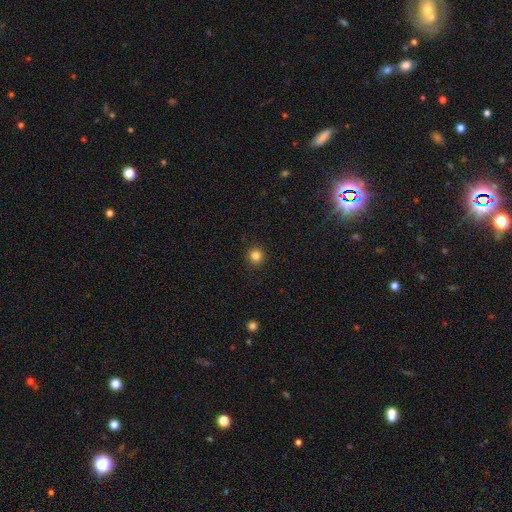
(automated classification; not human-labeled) Smooth or featured?
  - smooth: 83% *
  - star or artifact: 12%
  - featured or disk: 4%
How rounded?
  - round: 94% *
  - in between: 5%
  - cigar-shaped: 1%
Merging?
  - none: 91% *
  - minor disturbance: 6%
  - major disturbance: 2%
  - merger: 1%